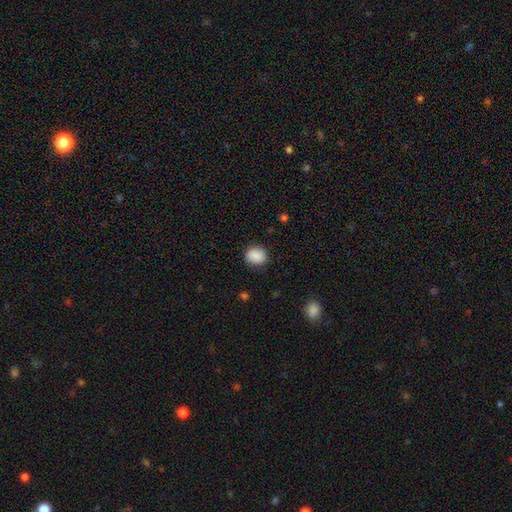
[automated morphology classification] Smooth or featured: smooth — 87% (star or artifact — 8%)
How rounded: round — 73% (in between — 26%)
Merging: none — 84% (minor disturbance — 11%)